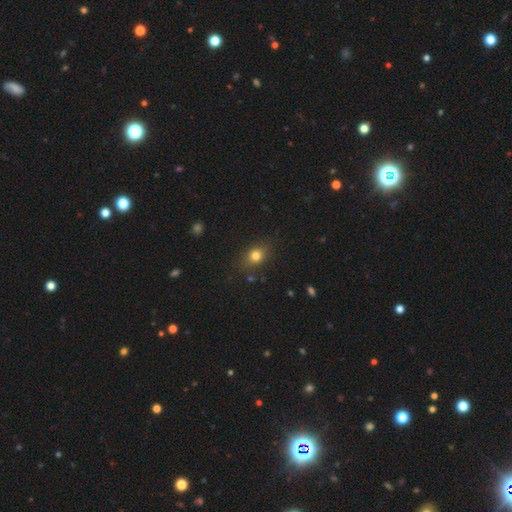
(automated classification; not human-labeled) Smooth or featured?
  - smooth: 78% *
  - star or artifact: 13%
  - featured or disk: 9%
How rounded?
  - in between: 54% *
  - round: 44%
  - cigar-shaped: 2%
Merging?
  - none: 82% *
  - minor disturbance: 13%
  - major disturbance: 4%
  - merger: 2%